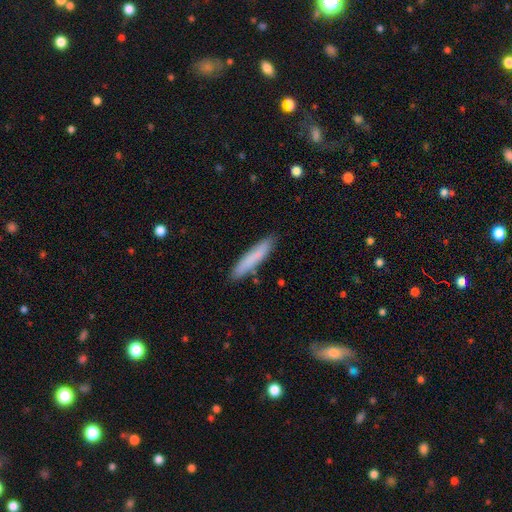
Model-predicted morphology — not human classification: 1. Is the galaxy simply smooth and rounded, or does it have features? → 77% smooth, 17% featured or disk, 7% star or artifact.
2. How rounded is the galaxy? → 92% cigar-shaped, 7% in between, 1% round.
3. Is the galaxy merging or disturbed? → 88% none, 9% minor disturbance, 2% major disturbance, 2% merger.